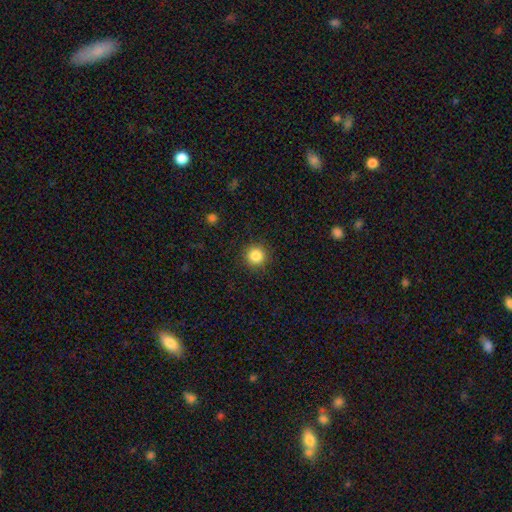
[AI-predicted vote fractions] Smooth or featured? smooth (85%)
How rounded? round (95%)
Merging? none (92%)